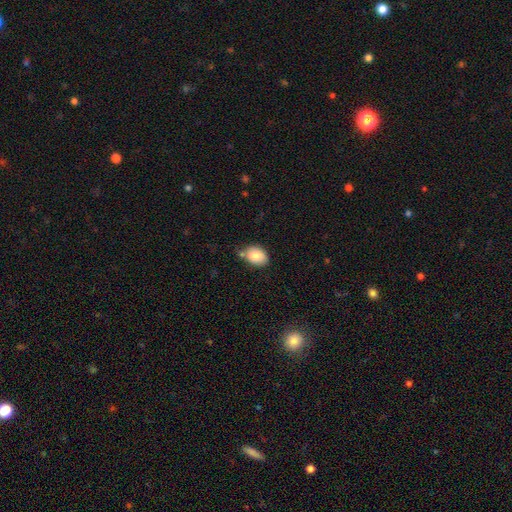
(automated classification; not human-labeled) Q: Smooth or featured?
A: smooth (85%); runner-up: star or artifact (8%)
Q: How rounded?
A: in between (70%); runner-up: round (29%)
Q: Merging?
A: none (62%); runner-up: minor disturbance (24%)